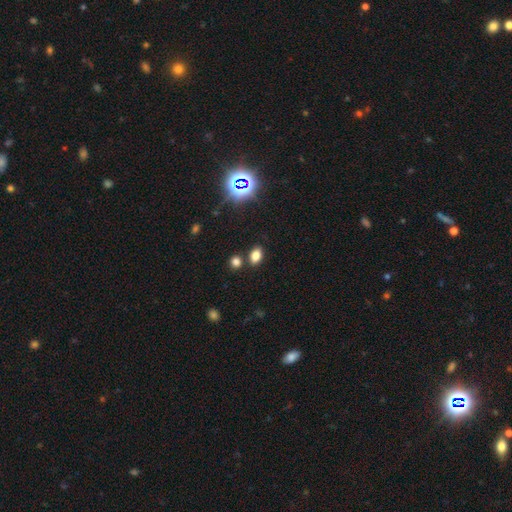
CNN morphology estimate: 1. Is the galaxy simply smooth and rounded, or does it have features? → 78% smooth, 15% star or artifact, 7% featured or disk.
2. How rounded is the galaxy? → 82% in between, 16% round, 2% cigar-shaped.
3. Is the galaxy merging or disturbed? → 77% none, 10% merger, 10% minor disturbance, 3% major disturbance.